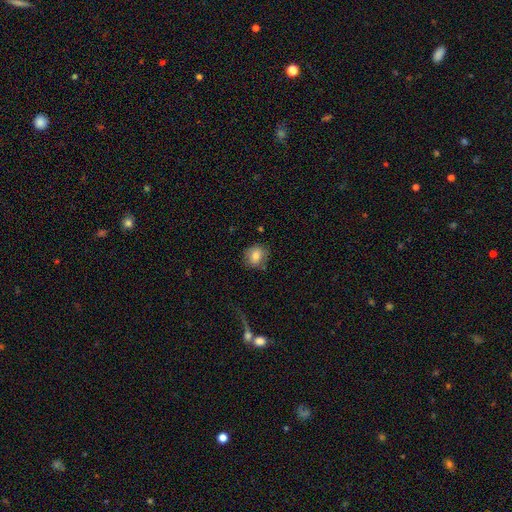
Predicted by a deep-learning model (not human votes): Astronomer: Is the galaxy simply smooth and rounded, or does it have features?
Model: smooth — 79%.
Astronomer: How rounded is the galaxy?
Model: round — 72%.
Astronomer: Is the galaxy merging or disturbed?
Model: none — 79%.